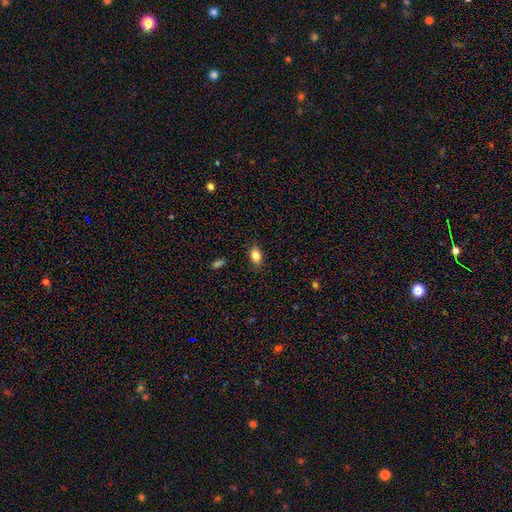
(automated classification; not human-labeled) Morphology: type=smooth (84%); roundness=in between (84%); merging=none (86%).